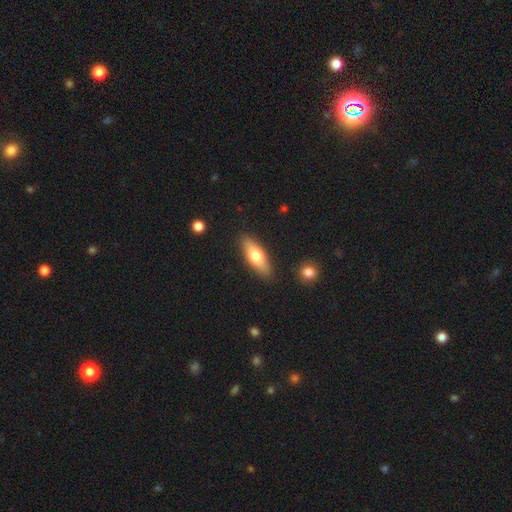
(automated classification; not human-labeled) Morphology: type=smooth (64%); roundness=in between (58%); merging=none (87%).